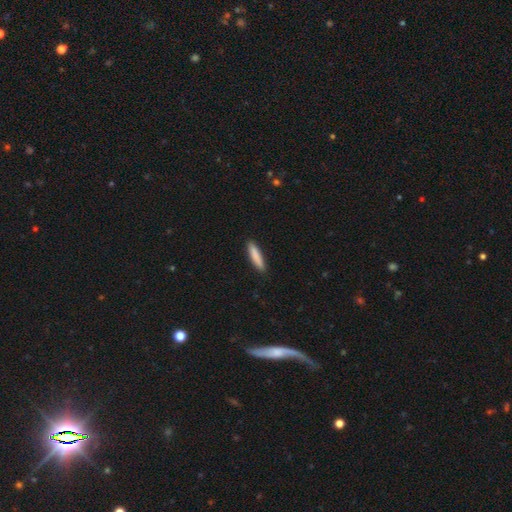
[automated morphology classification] Overall: smooth (86%). How rounded: cigar-shaped (84%). Merging: none (90%).